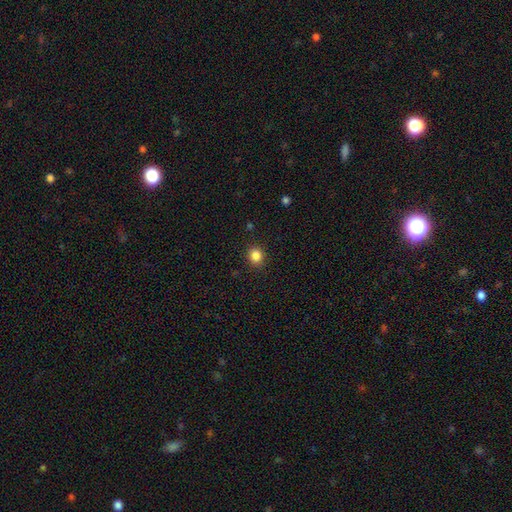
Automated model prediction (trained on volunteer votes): This appears to be a smooth galaxy with no disk features (85%) that is round (81%). Merging: none (90%).